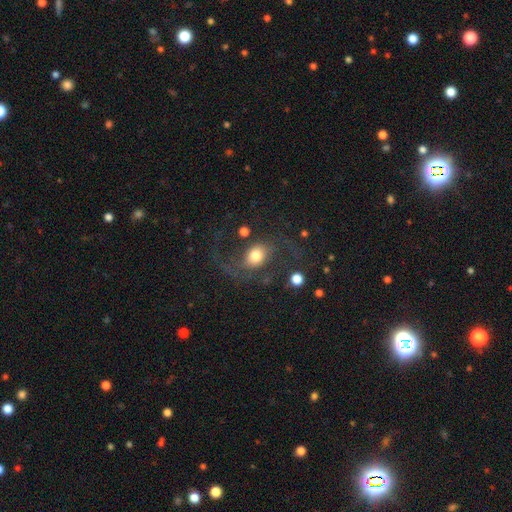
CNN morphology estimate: Smooth or featured? Predicted: smooth (p=0.45). Merging? Predicted: none (p=0.46).